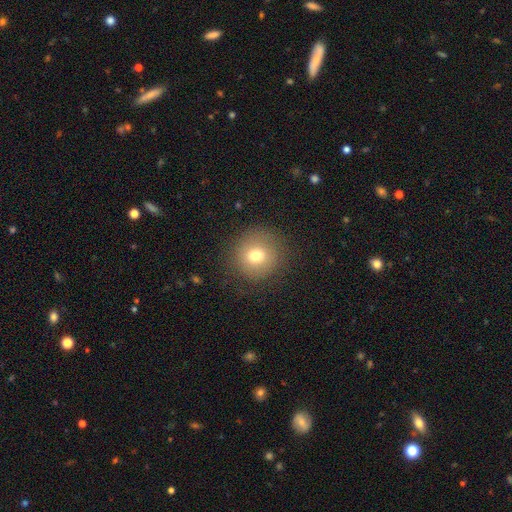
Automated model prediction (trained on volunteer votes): smooth_or_featured: smooth (p=0.73) [alt: featured or disk p=0.15]
how_rounded: round (p=0.92) [alt: in between p=0.07]
merging: none (p=0.84) [alt: minor disturbance p=0.10]